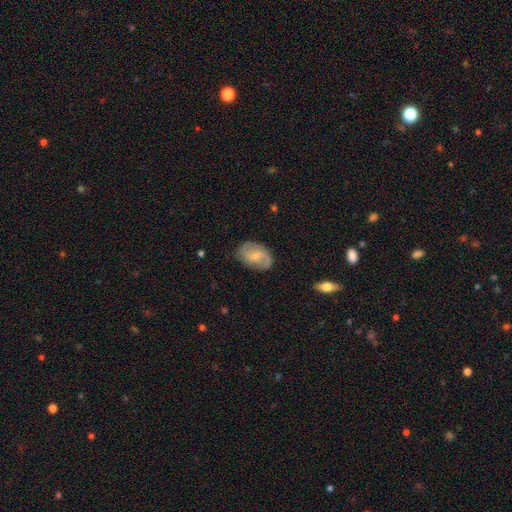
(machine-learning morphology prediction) This appears to be a featured or disk galaxy (67%) with a weak bar (51%), 2 (78%) medium (43%) spiral arms (91%) and a small central bulge (55%). Merging: none (73%).